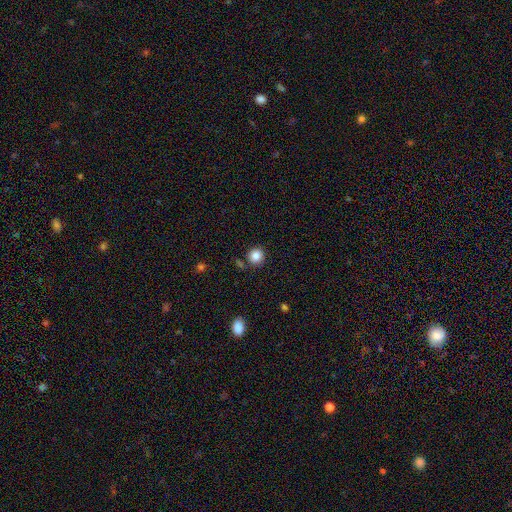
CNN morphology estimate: Q: Smooth or featured?
A: smooth (86%); runner-up: star or artifact (10%)
Q: How rounded?
A: round (91%); runner-up: in between (8%)
Q: Merging?
A: none (85%); runner-up: minor disturbance (8%)